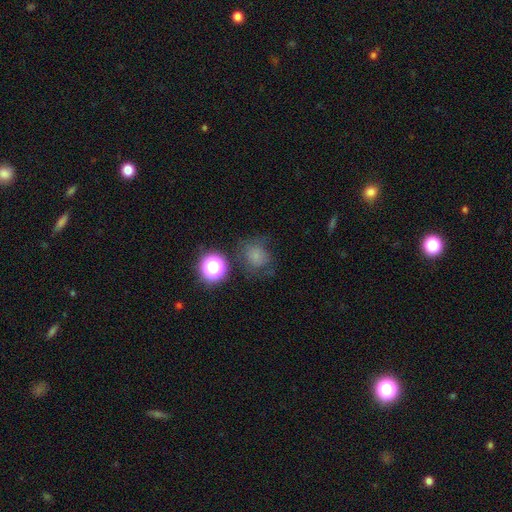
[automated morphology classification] type=smooth (69%); roundness=round (78%); merging=none (62%).